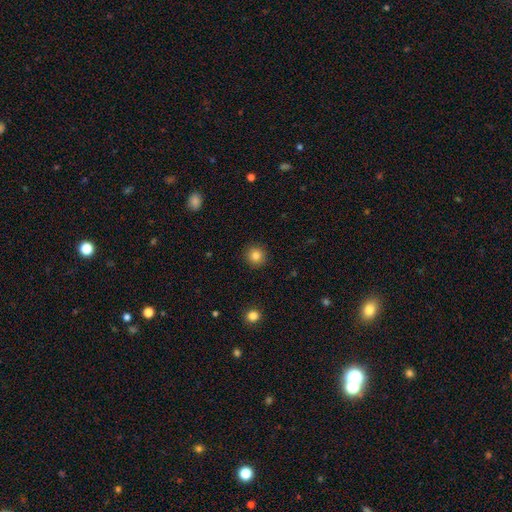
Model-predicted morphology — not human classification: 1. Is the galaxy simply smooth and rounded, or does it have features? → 83% smooth, 11% star or artifact, 6% featured or disk.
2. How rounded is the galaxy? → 94% round, 5% in between, 1% cigar-shaped.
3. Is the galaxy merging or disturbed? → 92% none, 5% minor disturbance, 2% major disturbance, 1% merger.